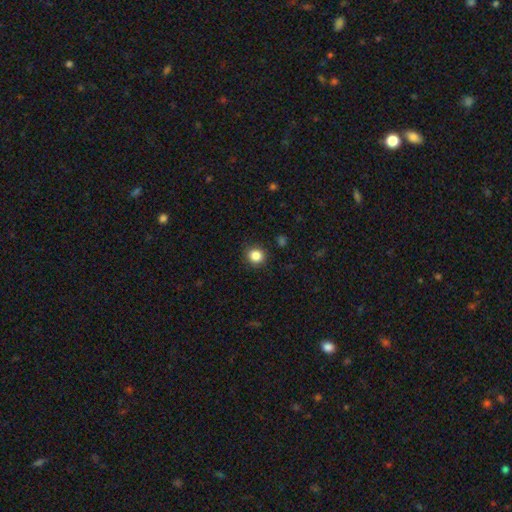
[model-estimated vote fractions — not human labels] Overall: smooth (85%). How rounded: round (86%). Merging: none (89%).